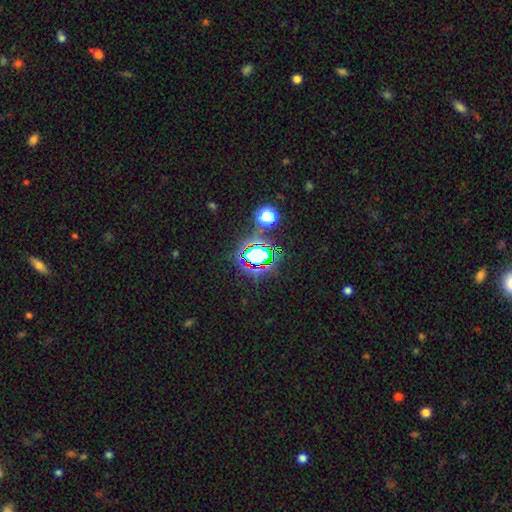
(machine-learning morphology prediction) Smooth or featured?
  - star or artifact: 66% *
  - smooth: 22%
  - featured or disk: 12%